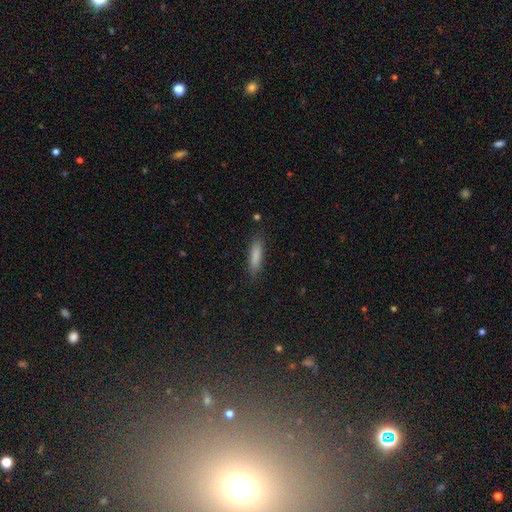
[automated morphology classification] A smooth galaxy with no disk features (83%) that is cigar-shaped (70%).

Vote fractions:
- Smooth or featured? smooth: 83% / featured or disk: 9% / star or artifact: 8%
- How rounded? cigar-shaped: 70% / in between: 29% / round: 2%
- Merging? none: 84% / minor disturbance: 12% / major disturbance: 3% / merger: 1%